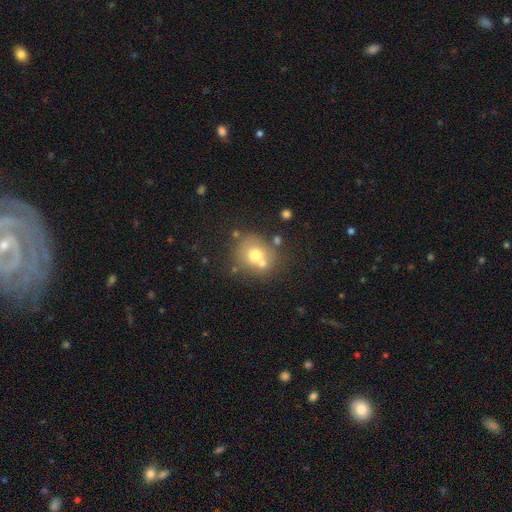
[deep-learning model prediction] This is likely a smooth galaxy (65%). How rounded: likely round (78%). Merging: possibly none (50%).